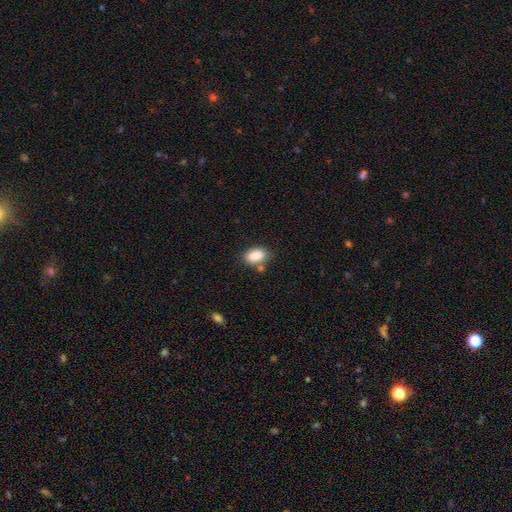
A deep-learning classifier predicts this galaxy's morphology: smooth-or-featured: smooth: 87% | star or artifact: 8% | featured or disk: 5%
  how-rounded: in between: 89% | round: 9% | cigar-shaped: 2%
  merging: none: 72% | minor disturbance: 15% | merger: 9% | major disturbance: 4%